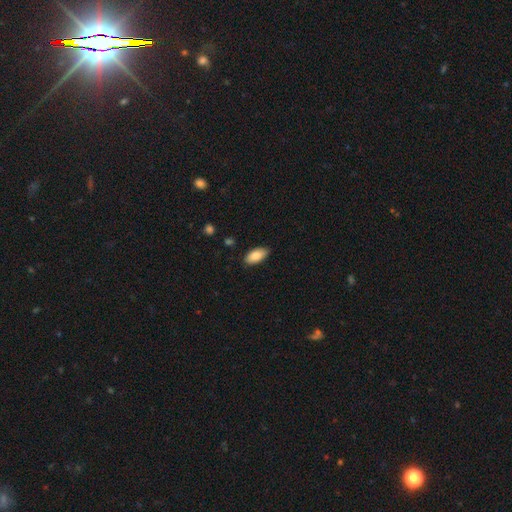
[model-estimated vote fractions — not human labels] smooth 87%, featured or disk 7%, star or artifact 6%. Down the decision tree: how rounded — in between (92%); merging — none (84%).